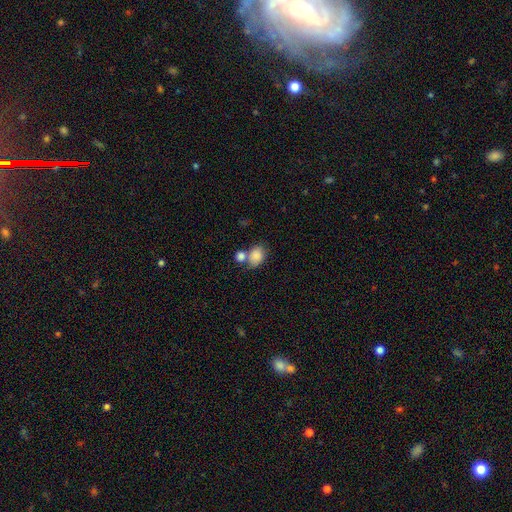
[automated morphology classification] Smooth or featured? smooth (84%)
How rounded? in between (60%)
Merging? merger (43%)